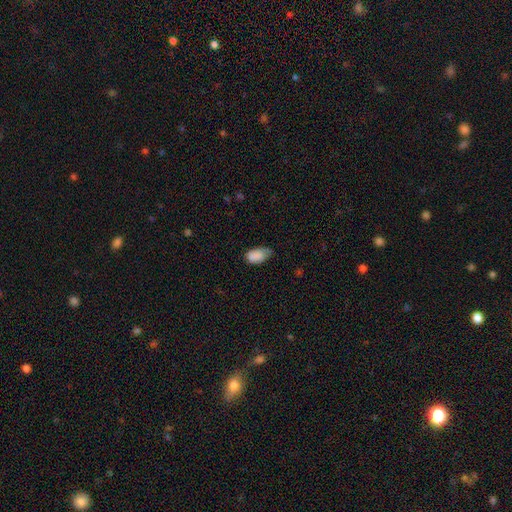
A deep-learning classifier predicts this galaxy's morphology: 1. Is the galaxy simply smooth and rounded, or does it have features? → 85% smooth, 8% star or artifact, 7% featured or disk.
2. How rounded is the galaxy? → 92% in between, 6% round, 2% cigar-shaped.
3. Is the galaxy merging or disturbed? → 45% none, 43% minor disturbance, 10% major disturbance, 2% merger.